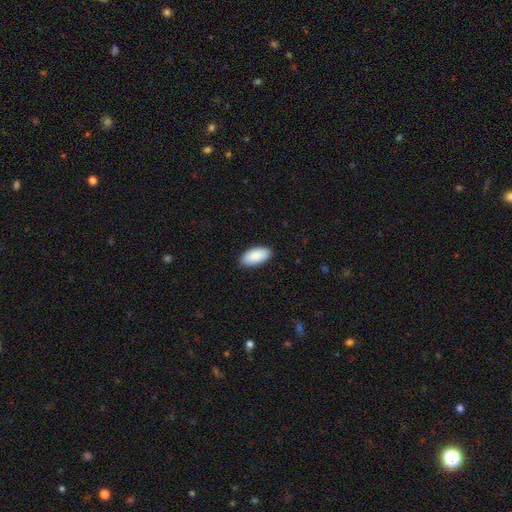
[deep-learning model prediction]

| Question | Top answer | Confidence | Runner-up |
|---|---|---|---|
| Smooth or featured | smooth | 90% | star or artifact (5%) |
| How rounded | in between | 94% | cigar-shaped (4%) |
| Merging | none | 88% | minor disturbance (9%) |